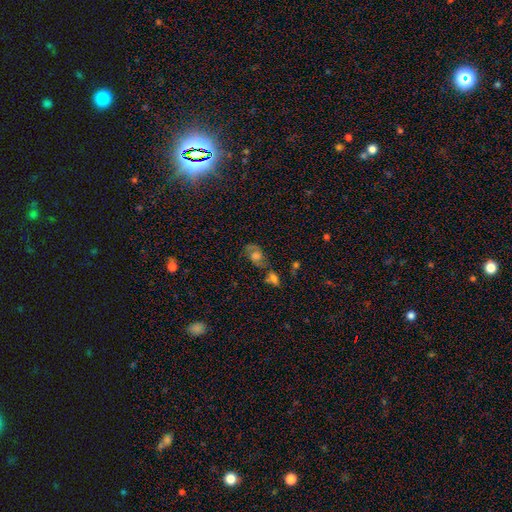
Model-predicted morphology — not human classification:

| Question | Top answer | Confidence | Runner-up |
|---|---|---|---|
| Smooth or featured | featured or disk | 43% | smooth (42%) |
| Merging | none | 48% | minor disturbance (21%) |